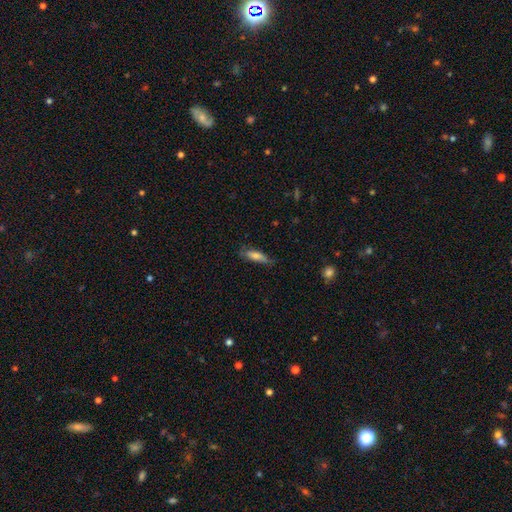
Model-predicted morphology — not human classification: Smooth or featured? smooth (69%)
How rounded? cigar-shaped (63%)
Merging? none (68%)